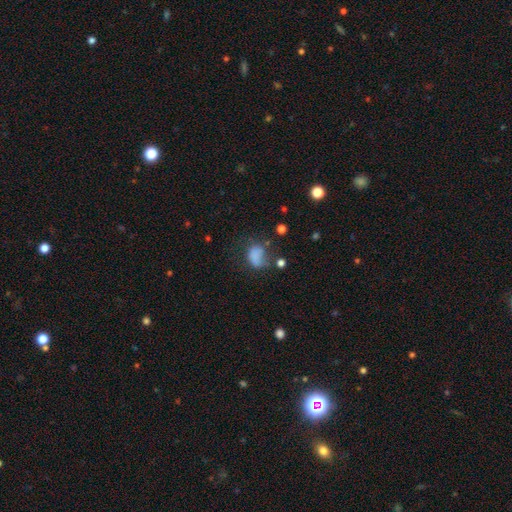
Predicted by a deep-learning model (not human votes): smooth 71%, featured or disk 15%, star or artifact 14%. Down the decision tree: how rounded — in between (67%); merging — none (36%).